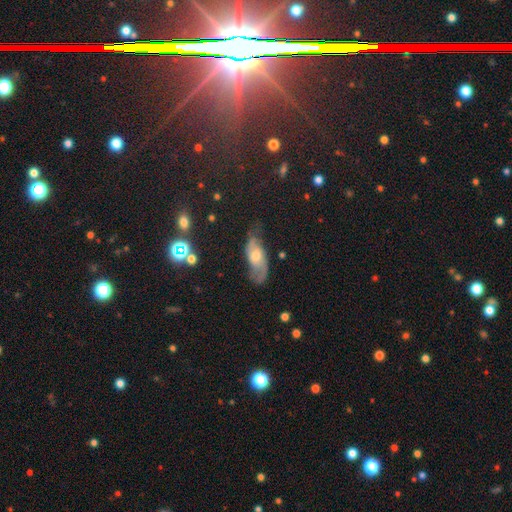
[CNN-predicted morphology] This appears to be a featured or disk galaxy (62%) with no bar (64%), spiral arms (81%) and a moderate central bulge (64%). Merging: none (56%).